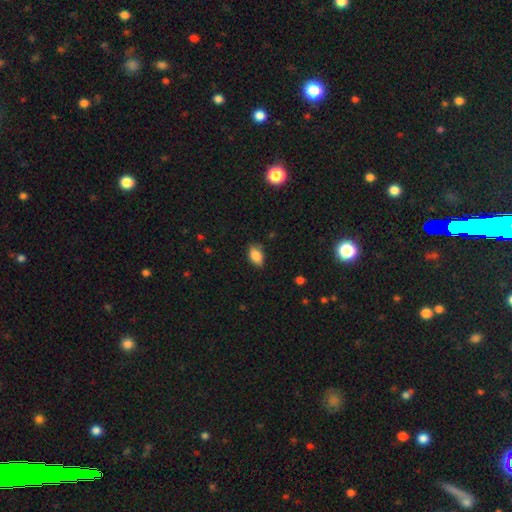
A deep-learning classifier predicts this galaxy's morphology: smooth-or-featured: smooth: 83% | featured or disk: 9% | star or artifact: 8%
  how-rounded: in between: 88% | round: 8% | cigar-shaped: 3%
  merging: none: 79% | minor disturbance: 17% | major disturbance: 3% | merger: 1%